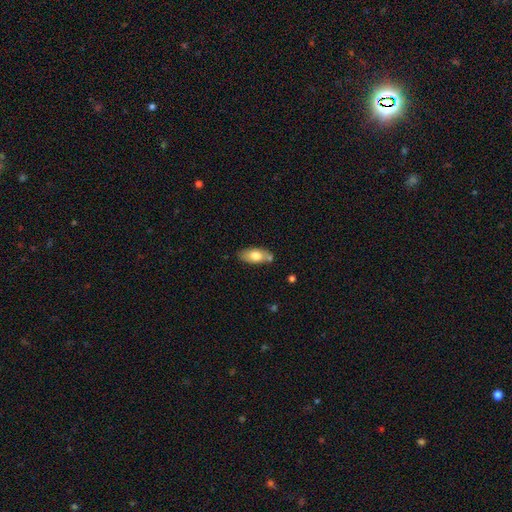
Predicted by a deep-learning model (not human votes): Smooth or featured: smooth — 73% (featured or disk — 21%)
How rounded: in between — 89% (cigar-shaped — 8%)
Merging: none — 68% (minor disturbance — 18%)